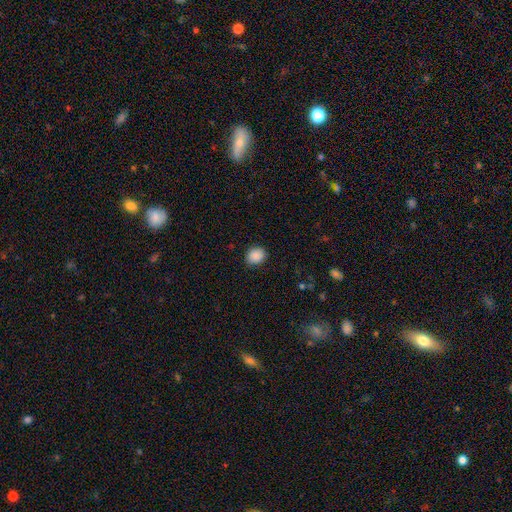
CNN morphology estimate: Overall: smooth (88%). How rounded: round (59%; in between 40%). Merging: none (86%).